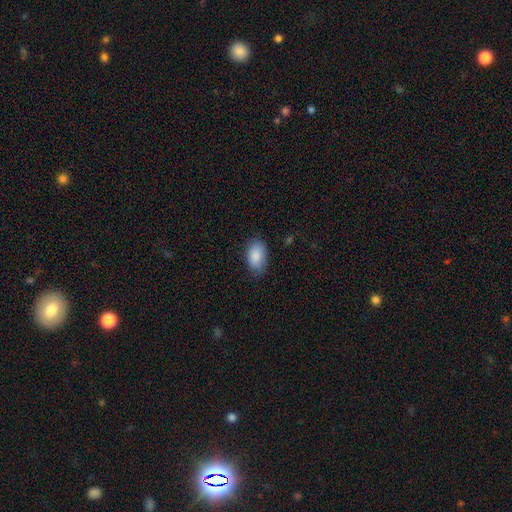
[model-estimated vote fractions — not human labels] A smooth galaxy with no disk features (89%) that is in between round and cigar-shaped (93%).

Vote fractions:
- Smooth or featured? smooth: 89% / star or artifact: 6% / featured or disk: 5%
- How rounded? in between: 93% / round: 6% / cigar-shaped: 1%
- Merging? none: 79% / minor disturbance: 16% / major disturbance: 3% / merger: 1%